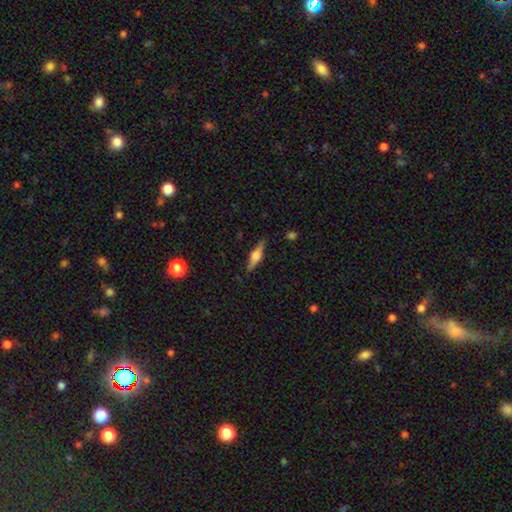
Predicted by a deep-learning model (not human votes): The model was most divided on "smooth or featured": featured or disk: 65%, smooth: 28%, star or artifact: 7%. More confident: edge-on disk — yes (97%); edge-on bulge — rounded (88%); merging — none (87%).